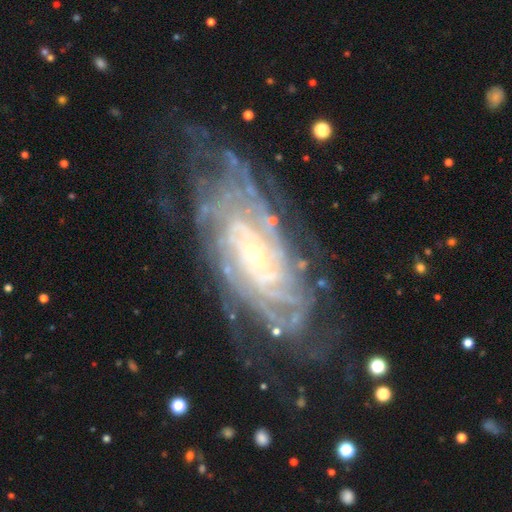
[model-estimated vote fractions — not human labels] smooth_or_featured: featured or disk (p=0.89) [alt: star or artifact p=0.06]
disk_edge_on: no (p=0.94) [alt: yes p=0.06]
bar: no (p=0.68) [alt: weak p=0.23]
has_spiral_arms: yes (p=0.97) [alt: no p=0.03]
spiral_winding: tight (p=0.79) [alt: medium p=0.17]
spiral_arm_count: can't tell (p=0.35) [alt: more than 4 p=0.22]
bulge_size: small (p=0.82) [alt: moderate p=0.13]
merging: none (p=0.70) [alt: minor disturbance p=0.18]